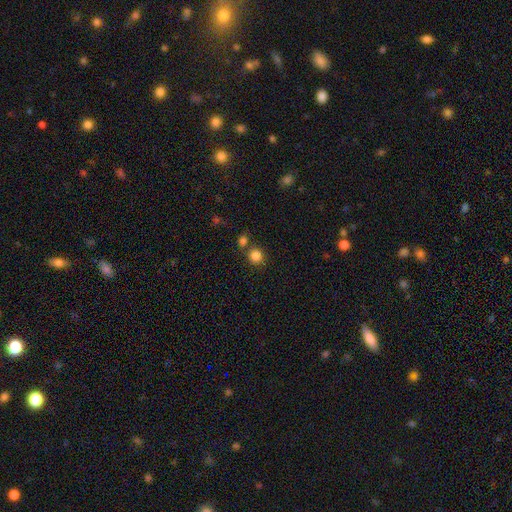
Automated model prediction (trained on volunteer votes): A smooth galaxy with no disk features (84%) that is round (90%). Merging: none (70%).